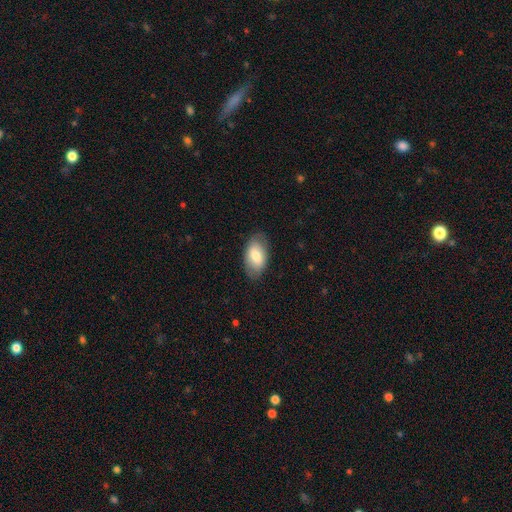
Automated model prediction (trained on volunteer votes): A smooth galaxy with no disk features (74%) that is in between round and cigar-shaped (94%). Merging: none (81%).